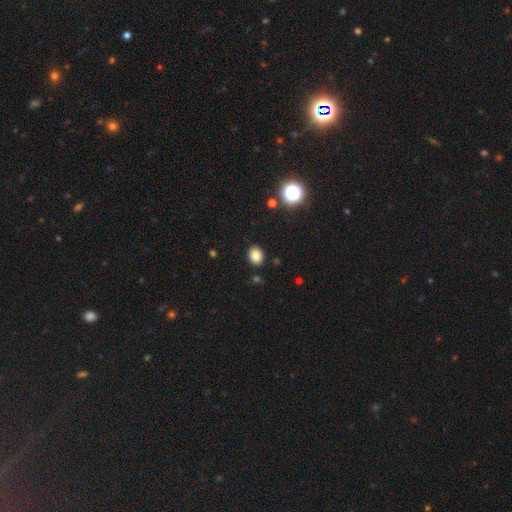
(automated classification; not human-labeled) smooth-or-featured: smooth: 84% | star or artifact: 12% | featured or disk: 5%
  how-rounded: in between: 52% | round: 47% | cigar-shaped: 1%
  merging: none: 88% | minor disturbance: 8% | major disturbance: 2% | merger: 2%